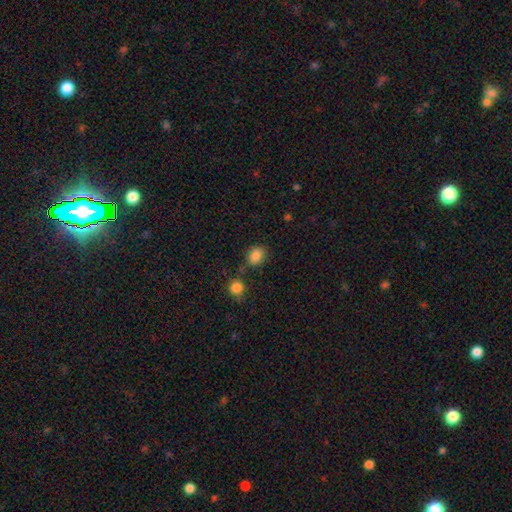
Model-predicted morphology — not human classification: smooth_or_featured: smooth (p=0.85) [alt: star or artifact p=0.10]
how_rounded: round (p=0.55) [alt: in between p=0.44]
merging: none (p=0.74) [alt: minor disturbance p=0.14]